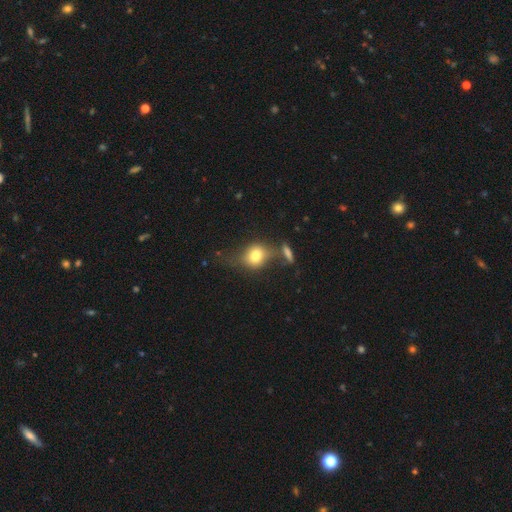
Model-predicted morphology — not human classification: smooth_or_featured: smooth (p=0.74) [alt: featured or disk p=0.16]
how_rounded: round (p=0.52) [alt: in between p=0.45]
merging: none (p=0.49) [alt: minor disturbance p=0.22]